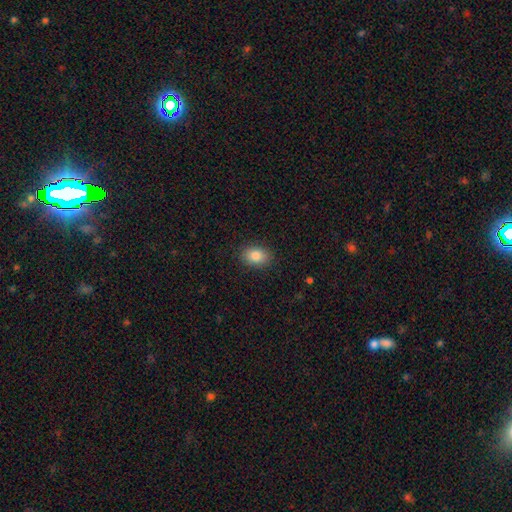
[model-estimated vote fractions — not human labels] Q: Smooth or featured?
A: smooth (85%); runner-up: star or artifact (8%)
Q: How rounded?
A: in between (78%); runner-up: round (21%)
Q: Merging?
A: none (88%); runner-up: minor disturbance (8%)